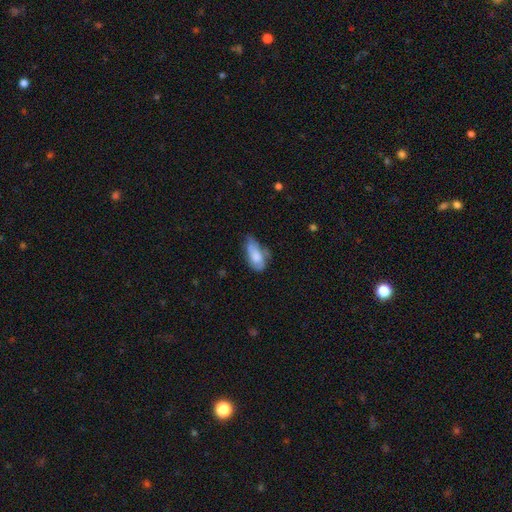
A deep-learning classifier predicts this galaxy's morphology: This appears to be a smooth galaxy with no disk features (66%) that is in between round and cigar-shaped (85%). Merging: minor disturbance (39%).